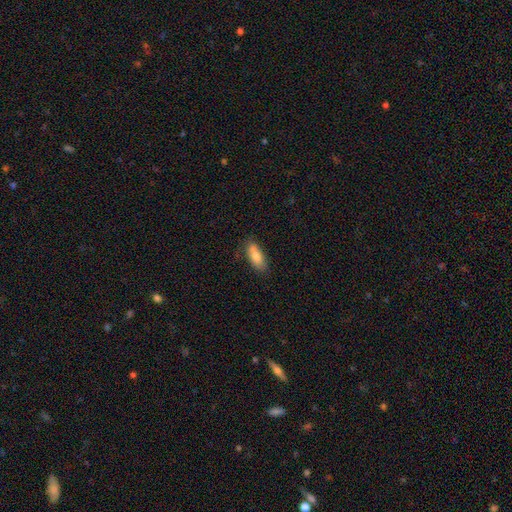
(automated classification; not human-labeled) smooth-or-featured: smooth: 79% | featured or disk: 14% | star or artifact: 7%
  how-rounded: in between: 81% | cigar-shaped: 17% | round: 2%
  merging: none: 70% | minor disturbance: 20% | merger: 6% | major disturbance: 4%